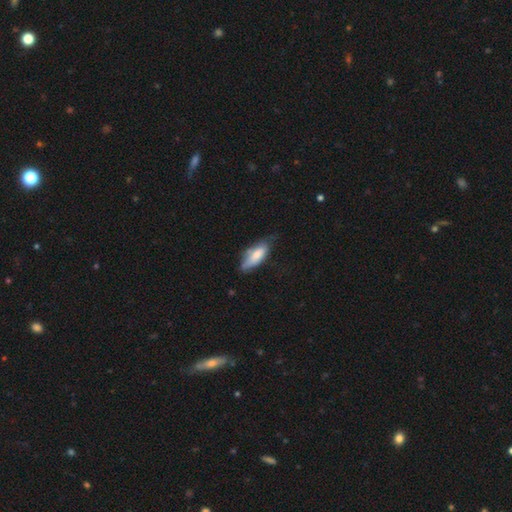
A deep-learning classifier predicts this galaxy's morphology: Smooth or featured: smooth — 72% (featured or disk — 22%)
How rounded: in between — 73% (cigar-shaped — 25%)
Merging: none — 50% (minor disturbance — 38%)